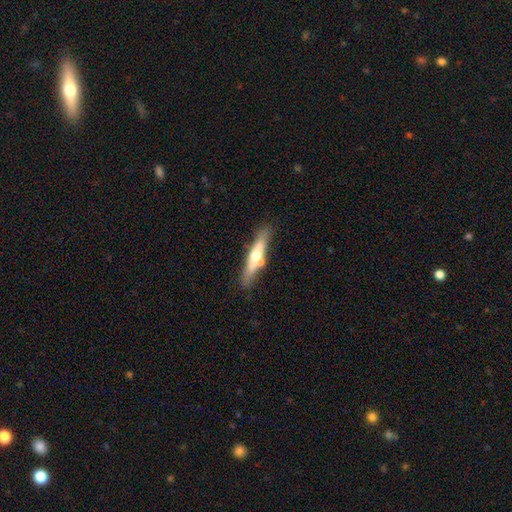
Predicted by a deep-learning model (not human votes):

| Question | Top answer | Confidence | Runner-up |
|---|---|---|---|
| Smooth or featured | featured or disk | 51% | smooth (43%) |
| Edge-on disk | yes | 87% | no (13%) |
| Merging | none | 69% | minor disturbance (14%) |